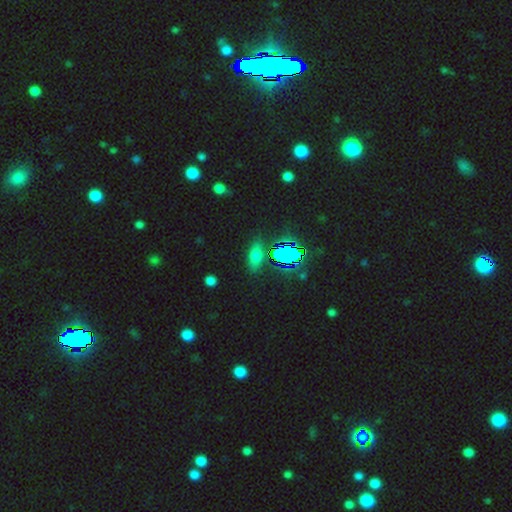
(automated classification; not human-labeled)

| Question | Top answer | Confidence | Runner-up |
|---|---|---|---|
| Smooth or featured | smooth | 49% | star or artifact (36%) |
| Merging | none | 80% | minor disturbance (12%) |